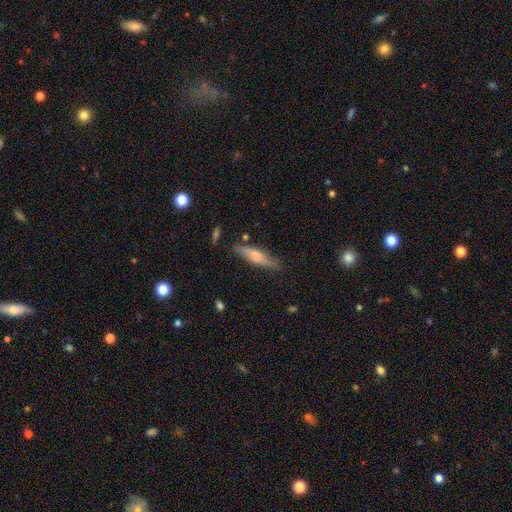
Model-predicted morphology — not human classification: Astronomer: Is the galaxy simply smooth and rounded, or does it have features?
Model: smooth — 59% (runner-up: featured or disk, 35%).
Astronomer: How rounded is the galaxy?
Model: cigar-shaped — 71%.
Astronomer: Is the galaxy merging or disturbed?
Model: none — 75%.